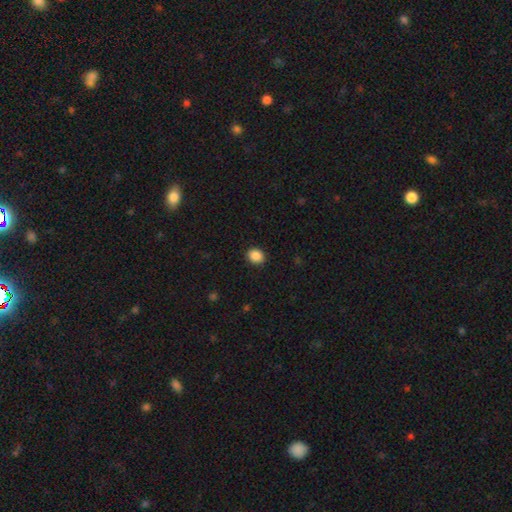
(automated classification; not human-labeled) Q: Smooth or featured?
A: smooth (88%); runner-up: star or artifact (9%)
Q: How rounded?
A: round (62%); runner-up: in between (37%)
Q: Merging?
A: none (90%); runner-up: minor disturbance (7%)